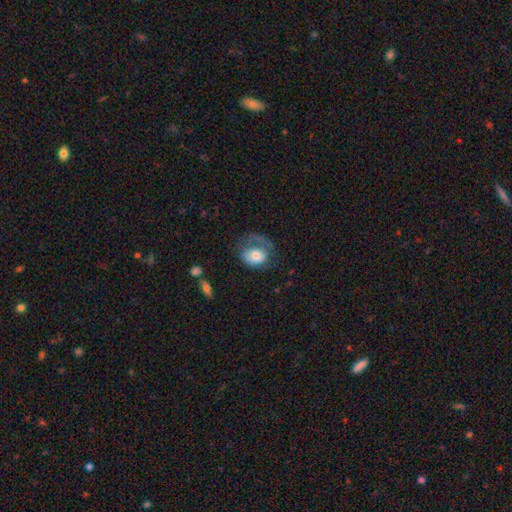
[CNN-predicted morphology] This is likely a smooth galaxy (61%). How rounded: possibly in between (53%). Merging: possibly major disturbance (47%).